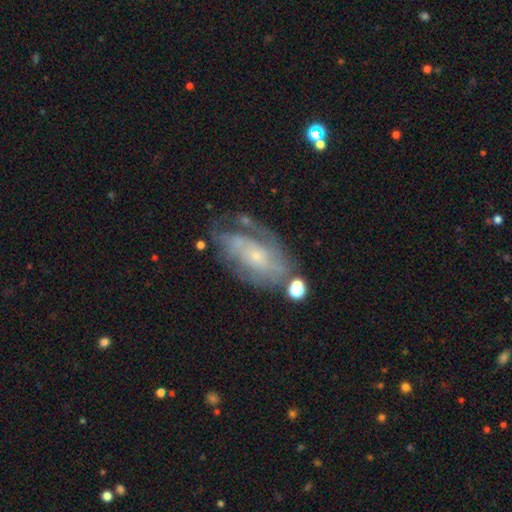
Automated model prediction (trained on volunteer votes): smooth-or-featured: featured or disk: 73% | smooth: 19% | star or artifact: 8%
  disk-edge-on: no: 94% | yes: 6%
    bar: no: 73% | weak: 22% | strong: 6%
    has-spiral-arms: yes: 79% | no: 21%
      spiral-winding: tight: 50% | medium: 34% | loose: 16%
      spiral-arm-count: can't tell: 49% | 2: 25% | 3: 10% | 1: 7% | 4: 5% | more than 4: 3%
    bulge-size: small: 77% | moderate: 16% | none: 4% | large: 2% | dominant: 1%
  merging: none: 52% | minor disturbance: 24% | major disturbance: 18% | merger: 6%